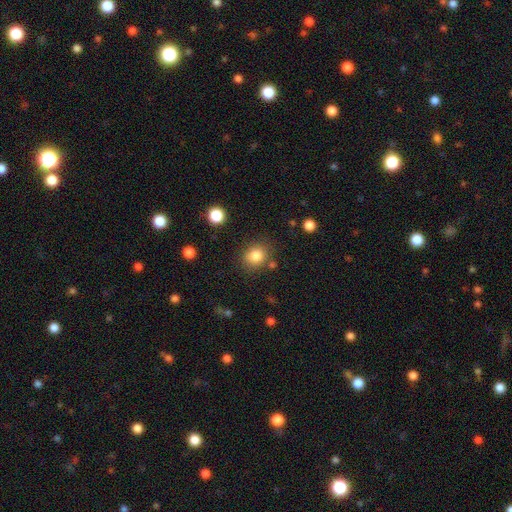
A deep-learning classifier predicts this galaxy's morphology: This is clearly a smooth galaxy (84%). How rounded: likely round (67%). Merging: likely none (79%).